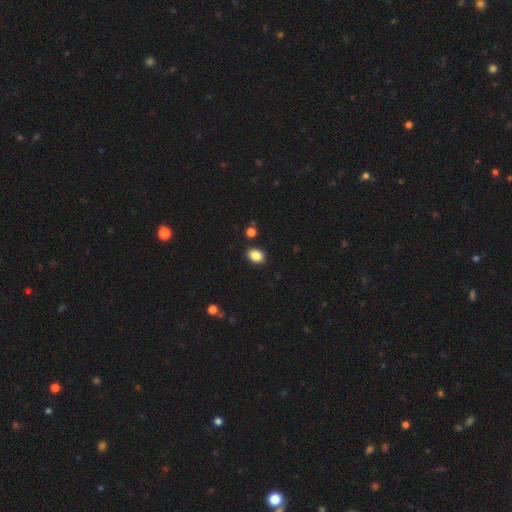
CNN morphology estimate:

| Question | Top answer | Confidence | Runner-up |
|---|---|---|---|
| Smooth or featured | smooth | 87% | star or artifact (9%) |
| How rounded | in between | 71% | round (28%) |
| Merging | none | 87% | minor disturbance (8%) |